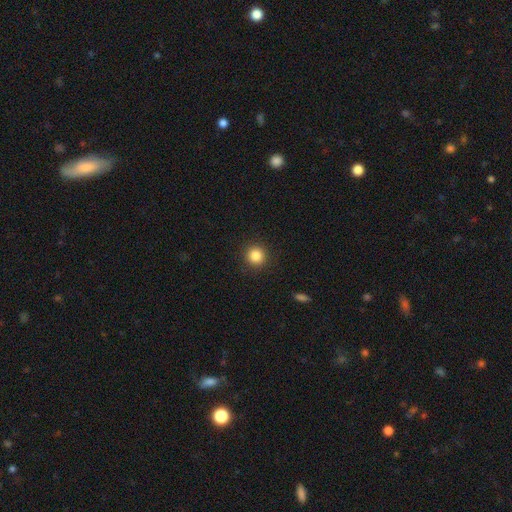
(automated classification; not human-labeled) Smooth or featured? Predicted: smooth (p=0.85). How rounded? Predicted: round (p=0.94). Merging? Predicted: none (p=0.92).